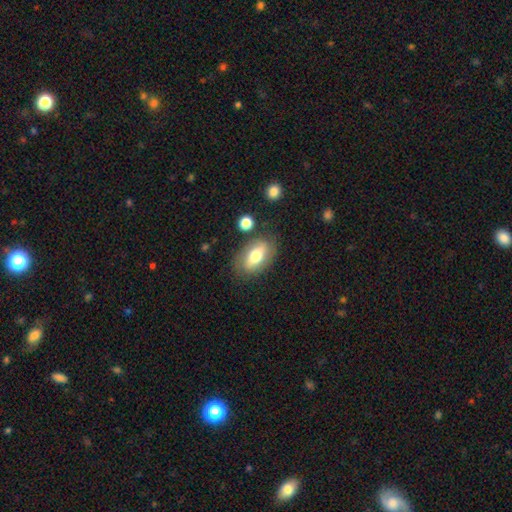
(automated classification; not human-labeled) Smooth or featured?
  - smooth: 65% *
  - featured or disk: 28%
  - star or artifact: 7%
How rounded?
  - in between: 89% *
  - round: 7%
  - cigar-shaped: 4%
Merging?
  - none: 76% *
  - minor disturbance: 15%
  - major disturbance: 5%
  - merger: 4%